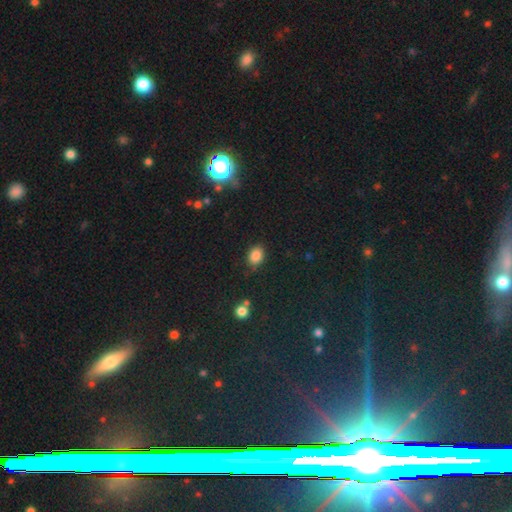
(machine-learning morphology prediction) Smooth or featured: smooth — 85% (star or artifact — 11%)
How rounded: in between — 65% (round — 33%)
Merging: none — 80% (minor disturbance — 15%)